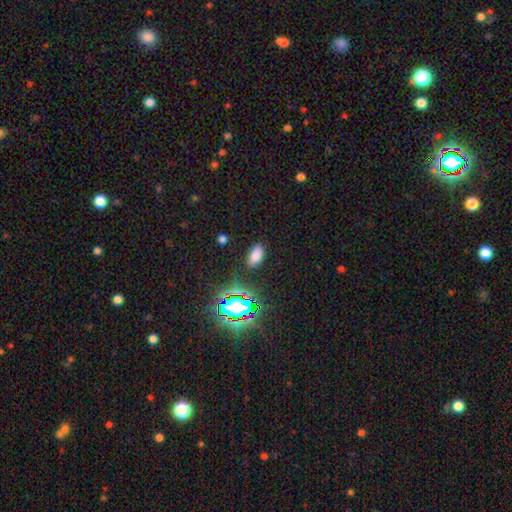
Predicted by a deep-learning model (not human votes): Smooth or featured? Predicted: smooth (p=0.74). How rounded? Predicted: in between (p=0.93). Merging? Predicted: none (p=0.86).